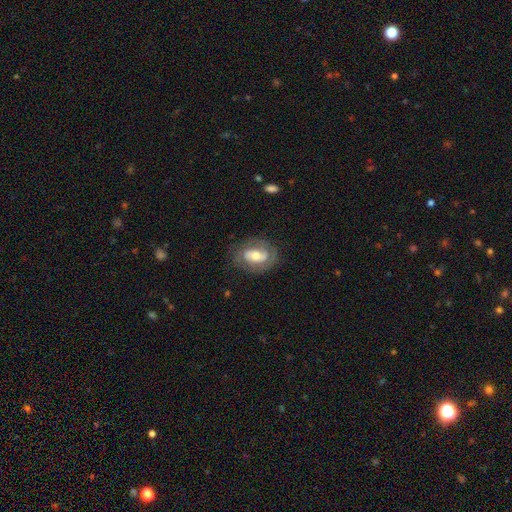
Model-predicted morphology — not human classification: This is likely a featured or disk galaxy (66%). It is clearly not viewed edge-on (95%). Bar: marginally no (40%). Spiral arm pattern: likely yes (75%). Central bulge: likely moderate (65%). Merging: likely none (73%).